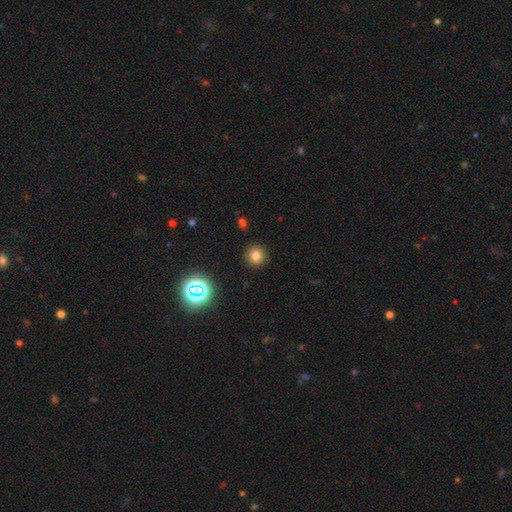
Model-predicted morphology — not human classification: This is likely a smooth galaxy (77%). How rounded: clearly round (93%). Merging: clearly none (91%).